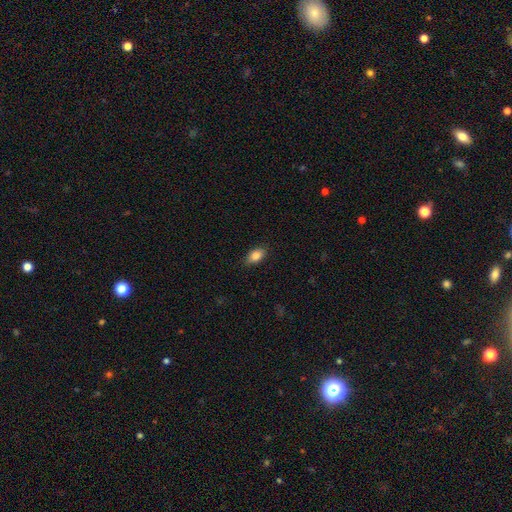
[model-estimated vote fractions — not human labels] smooth 86%, star or artifact 8%, featured or disk 6%. Down the decision tree: how rounded — in between (89%); merging — none (86%).